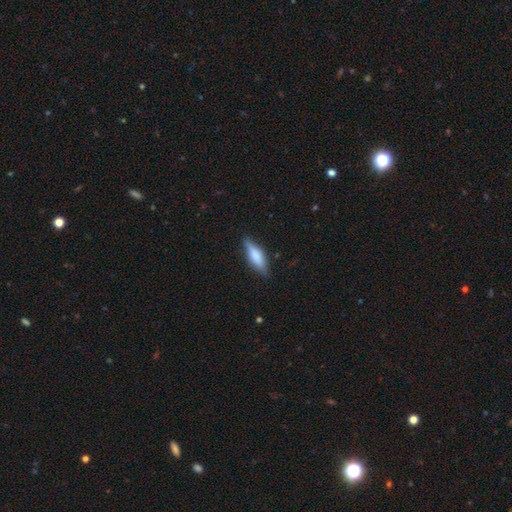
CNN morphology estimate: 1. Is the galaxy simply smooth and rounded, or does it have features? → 65% smooth, 29% featured or disk, 6% star or artifact.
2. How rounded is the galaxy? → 55% cigar-shaped, 43% in between, 2% round.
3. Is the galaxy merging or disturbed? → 82% none, 14% minor disturbance, 3% major disturbance, 1% merger.